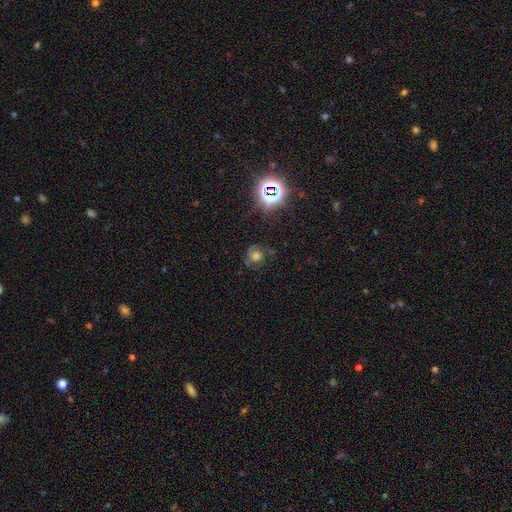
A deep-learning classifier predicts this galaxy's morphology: Q: Smooth or featured?
A: smooth (39%); runner-up: featured or disk (36%)
Q: Merging?
A: none (58%); runner-up: minor disturbance (21%)